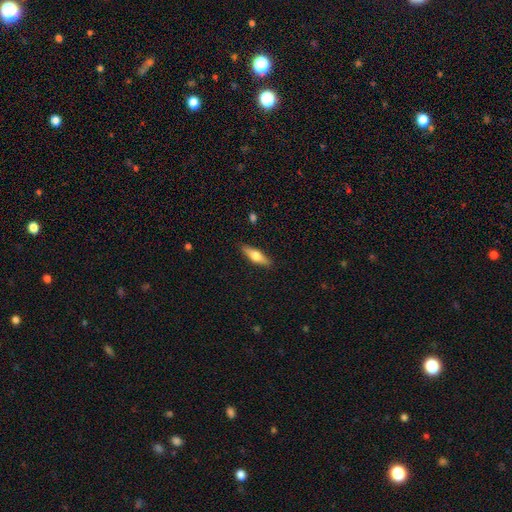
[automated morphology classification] Q: Smooth or featured?
A: smooth (57%); runner-up: featured or disk (37%)
Q: How rounded?
A: cigar-shaped (55%); runner-up: in between (42%)
Q: Merging?
A: none (89%); runner-up: minor disturbance (8%)